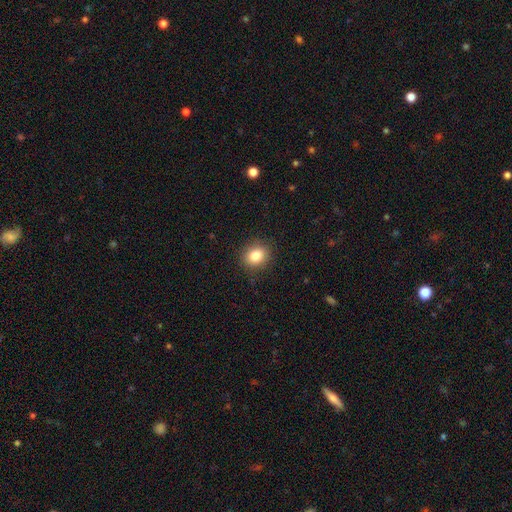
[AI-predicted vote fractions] A smooth galaxy with no disk features (84%) that is round (63%). Merging: none (89%).